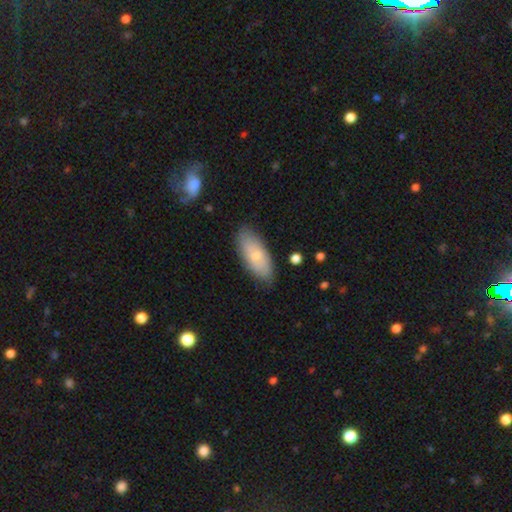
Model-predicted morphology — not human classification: smooth 67%, featured or disk 26%, star or artifact 6%. Down the decision tree: how rounded — in between (83%); merging — none (81%).